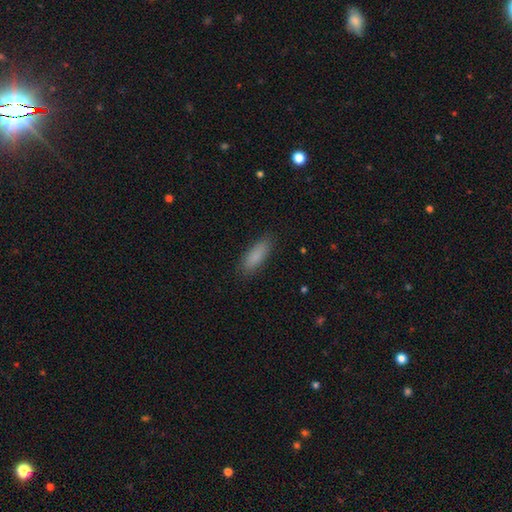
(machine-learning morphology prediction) Smooth or featured? smooth (86%)
How rounded? in between (57%)
Merging? none (87%)